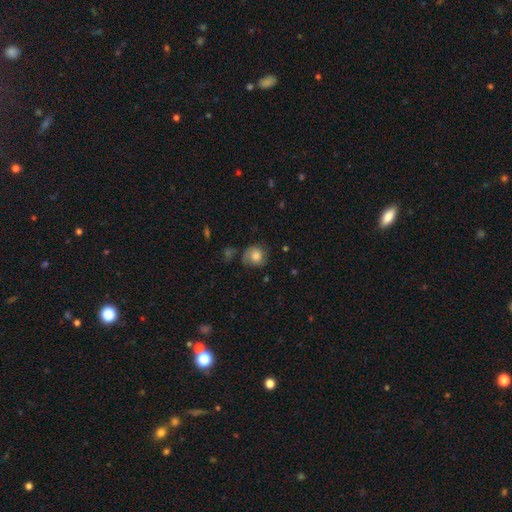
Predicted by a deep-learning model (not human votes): Q: Smooth or featured?
A: smooth (69%); runner-up: featured or disk (22%)
Q: How rounded?
A: round (79%); runner-up: in between (20%)
Q: Merging?
A: none (58%); runner-up: minor disturbance (26%)